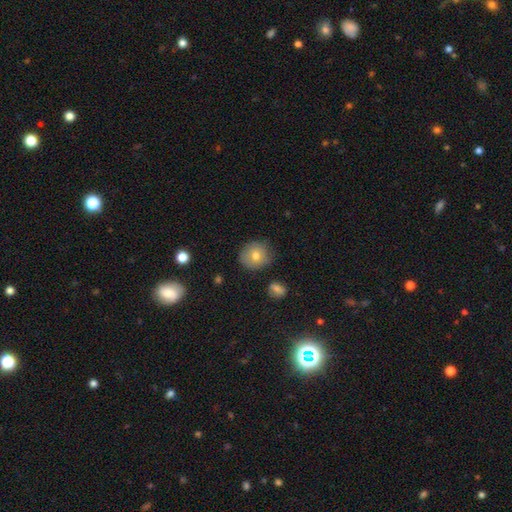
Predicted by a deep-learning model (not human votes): Smooth or featured?
  - smooth: 74% *
  - featured or disk: 16%
  - star or artifact: 9%
How rounded?
  - round: 84% *
  - in between: 16%
  - cigar-shaped: 1%
Merging?
  - none: 77% *
  - minor disturbance: 17%
  - major disturbance: 4%
  - merger: 3%